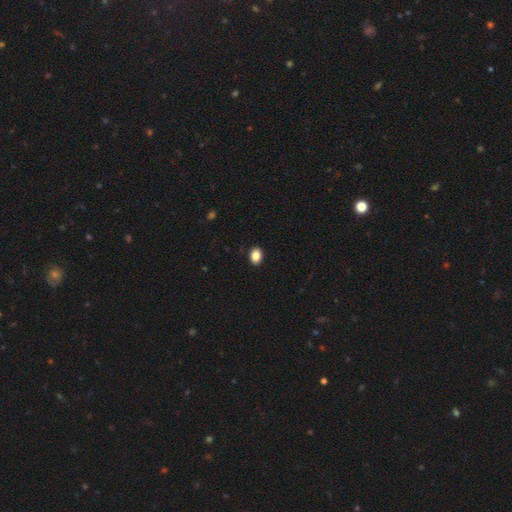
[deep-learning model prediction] A smooth galaxy with no disk features (87%) that is in between round and cigar-shaped (72%). Merging: none (90%).